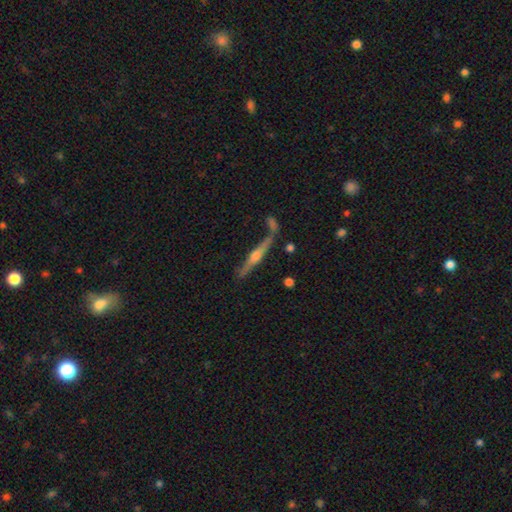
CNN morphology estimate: Q: Smooth or featured?
A: featured or disk (77%); runner-up: smooth (17%)
Q: Edge-on disk?
A: yes (97%); runner-up: no (3%)
Q: Edge-on bulge?
A: rounded (91%); runner-up: boxy (5%)
Q: Merging?
A: none (73%); runner-up: minor disturbance (12%)